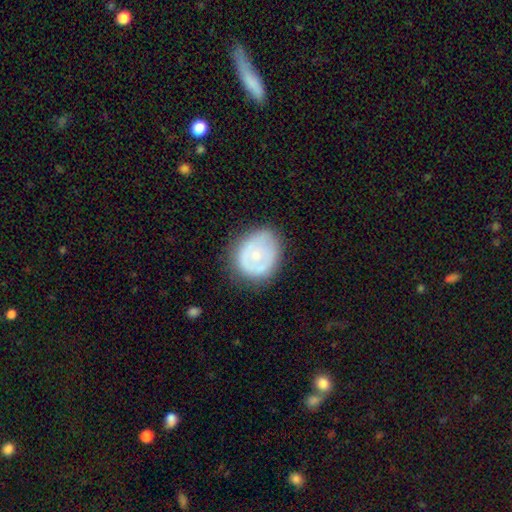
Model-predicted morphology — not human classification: This is possibly a smooth galaxy (52%). How rounded: likely round (64%). Merging: likely none (66%).